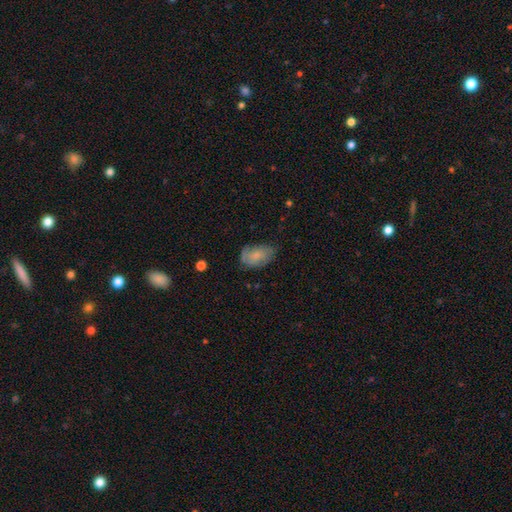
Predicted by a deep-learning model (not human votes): Overall: smooth (65%; featured or disk 27%). How rounded: in between (90%). Merging: none (57%; minor disturbance 31%).